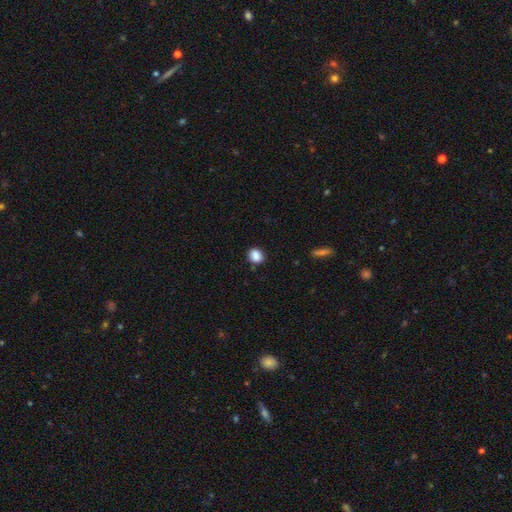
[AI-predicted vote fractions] Q: Smooth or featured?
A: smooth (87%); runner-up: star or artifact (9%)
Q: How rounded?
A: round (62%); runner-up: in between (37%)
Q: Merging?
A: none (81%); runner-up: minor disturbance (13%)